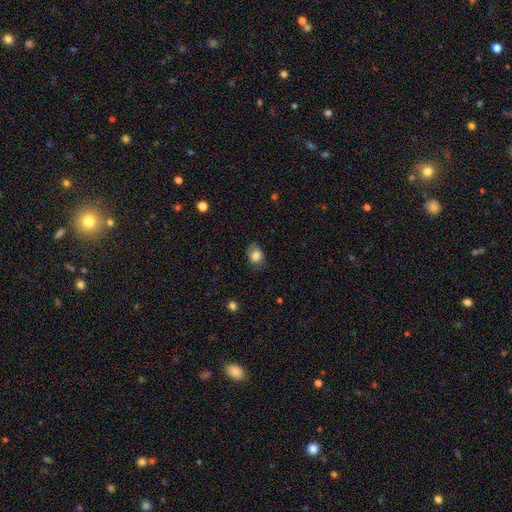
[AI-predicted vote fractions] A smooth galaxy with no disk features (83%) that is in between round and cigar-shaped (56%). Merging: none (71%).